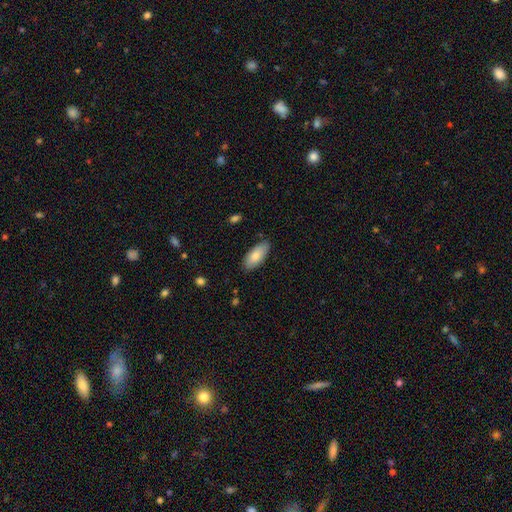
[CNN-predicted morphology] Smooth or featured: smooth — 81% (featured or disk — 13%)
How rounded: in between — 88% (cigar-shaped — 10%)
Merging: none — 84% (minor disturbance — 12%)